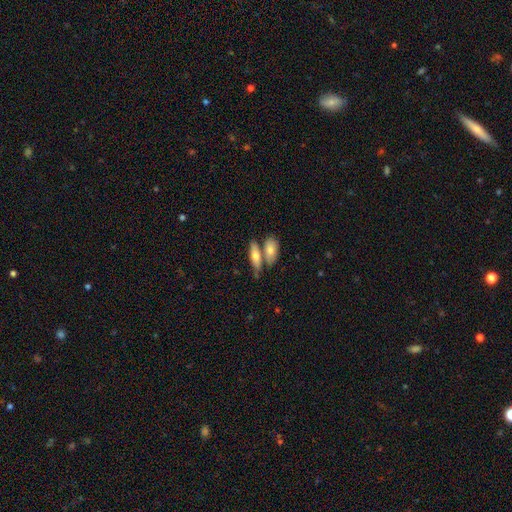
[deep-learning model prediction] A smooth galaxy with no disk features (65%) that is in between round and cigar-shaped (58%). Merging: none (46%).